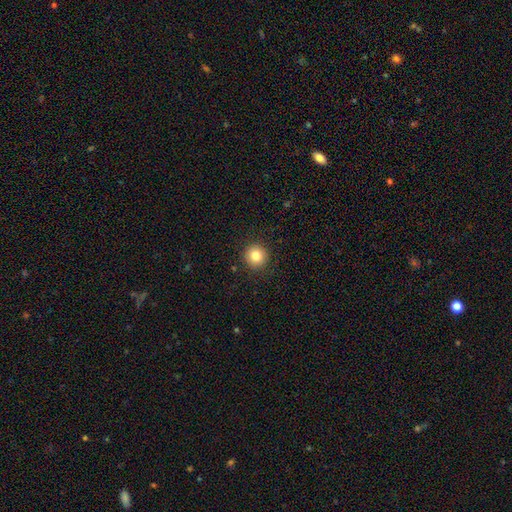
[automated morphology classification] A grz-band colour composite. It shows a smooth galaxy with no disk features (83%) that is round (95%). Merging: none (92%).